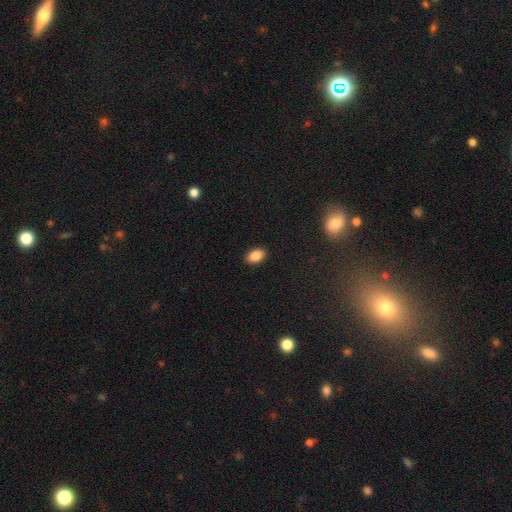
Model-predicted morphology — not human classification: Smooth or featured? smooth (86%)
How rounded? in between (86%)
Merging? none (90%)